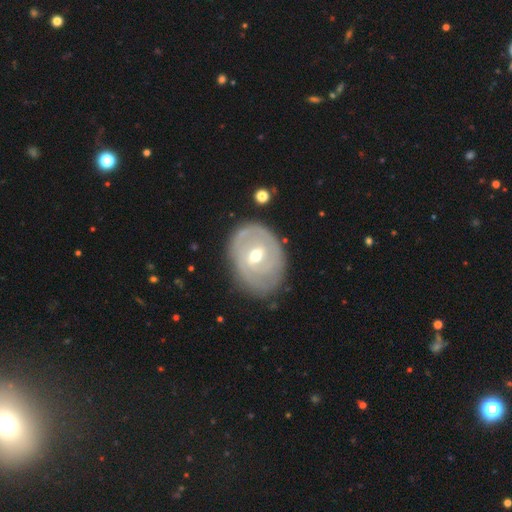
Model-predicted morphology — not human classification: type=featured or disk (74%); edge-on=no (96%); bar=weak (53%); spiral arms=yes (71%); winding=tight (67%); arm count=can't tell (41%); bulge=moderate (65%); merging=none (71%).